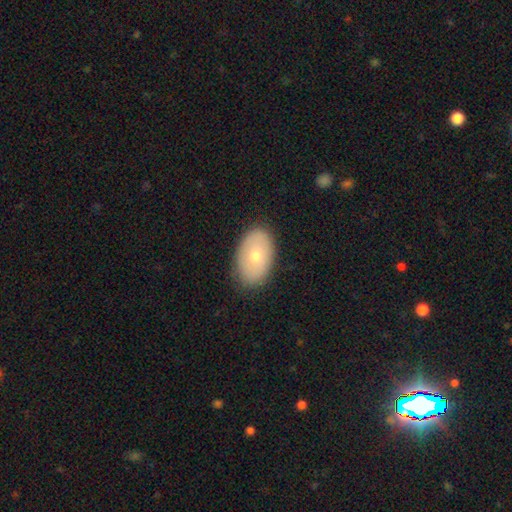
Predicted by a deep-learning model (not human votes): smooth-or-featured: smooth: 67% | featured or disk: 26% | star or artifact: 7%
  how-rounded: in between: 91% | round: 8% | cigar-shaped: 1%
  merging: none: 86% | minor disturbance: 11% | major disturbance: 2% | merger: 1%